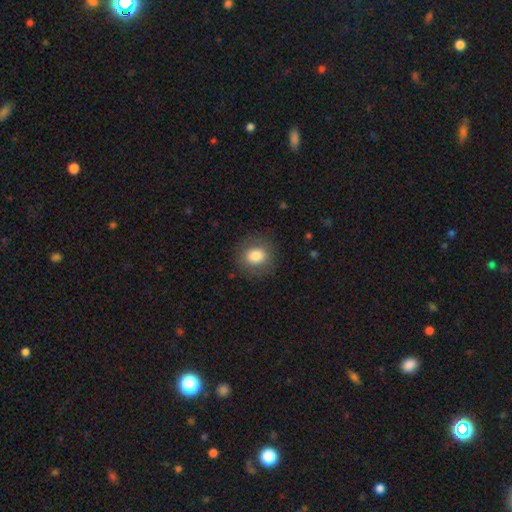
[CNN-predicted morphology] Smooth or featured: smooth — 80% (featured or disk — 11%)
How rounded: round — 79% (in between — 20%)
Merging: none — 87% (minor disturbance — 9%)